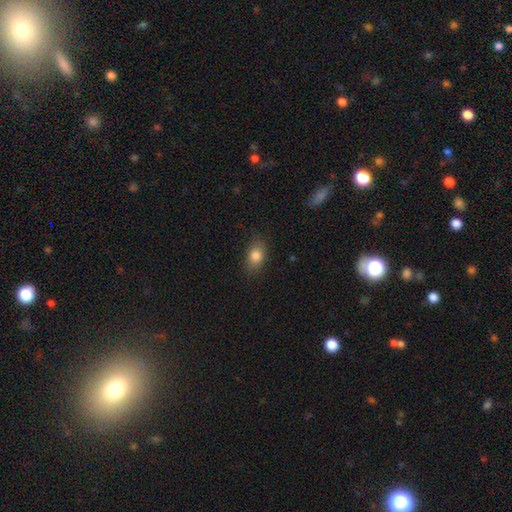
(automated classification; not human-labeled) Smooth or featured? smooth (83%)
How rounded? in between (80%)
Merging? none (82%)